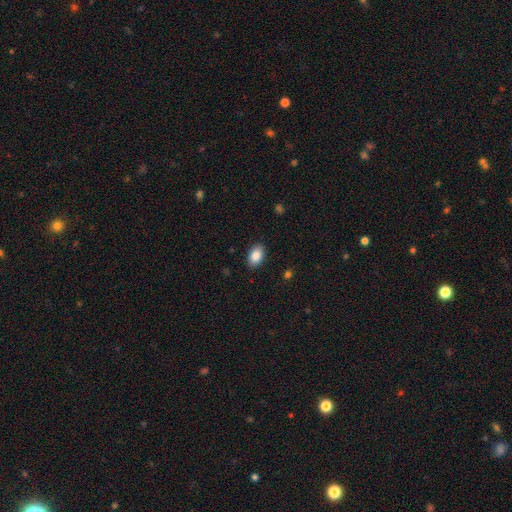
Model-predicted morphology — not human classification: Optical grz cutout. It shows a smooth galaxy with no disk features (87%) that is in between round and cigar-shaped (90%). Merging: none (88%).